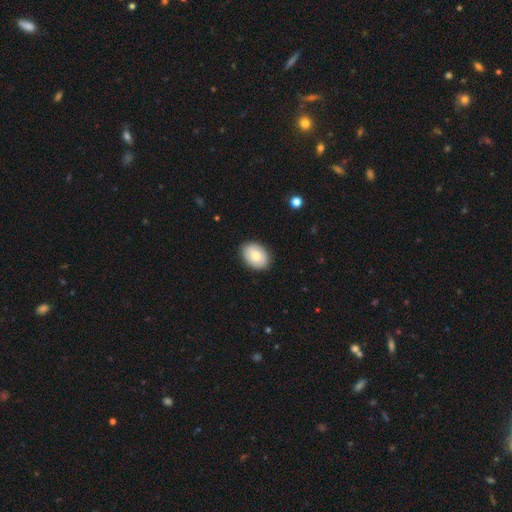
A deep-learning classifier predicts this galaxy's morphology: Overall: smooth (76%). How rounded: in between (81%). Merging: none (88%).